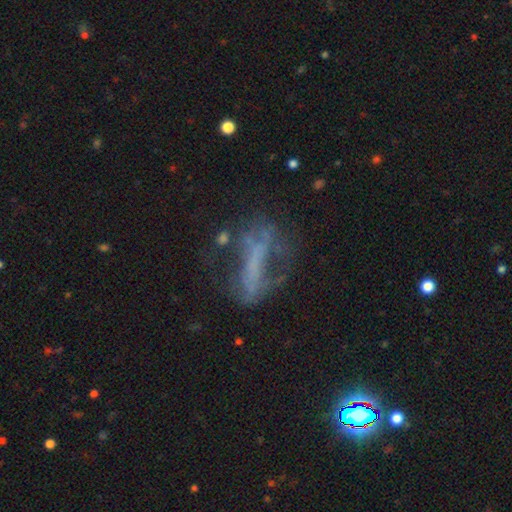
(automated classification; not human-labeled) A featured or disk galaxy (48%). Merging: none (46%).